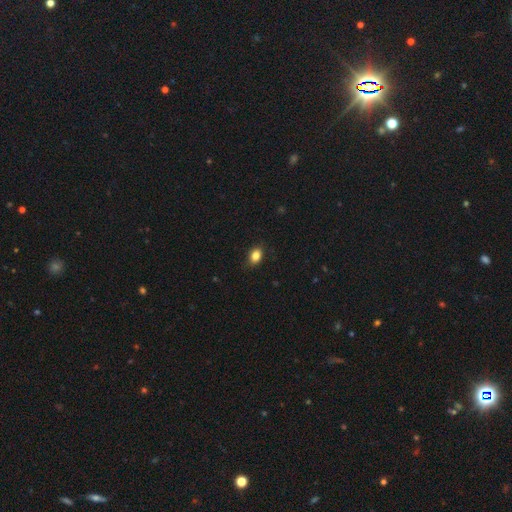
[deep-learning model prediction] A smooth galaxy with no disk features (85%) that is in between round and cigar-shaped (75%). Merging: none (84%).